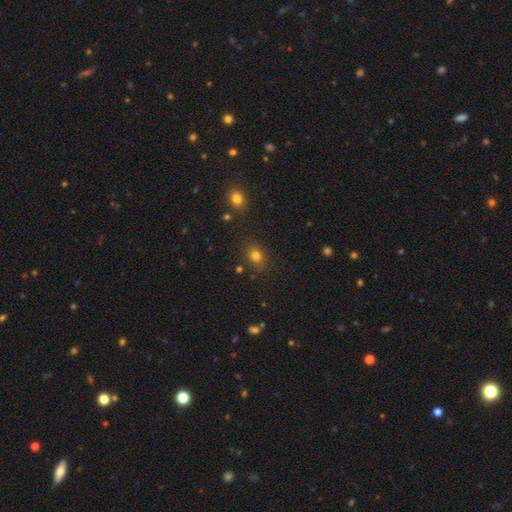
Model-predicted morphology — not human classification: Smooth or featured?
  - smooth: 78% *
  - star or artifact: 15%
  - featured or disk: 7%
How rounded?
  - round: 50% *
  - in between: 49%
  - cigar-shaped: 1%
Merging?
  - none: 83% *
  - minor disturbance: 11%
  - major disturbance: 3%
  - merger: 3%